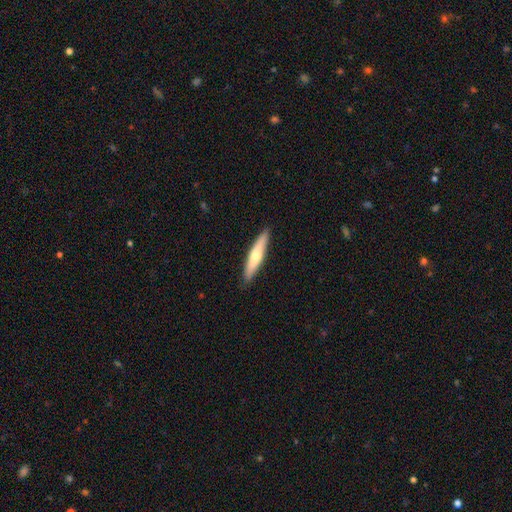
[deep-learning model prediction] smooth 55%, featured or disk 40%, star or artifact 5%. Down the decision tree: how rounded — cigar-shaped (86%); merging — none (90%).